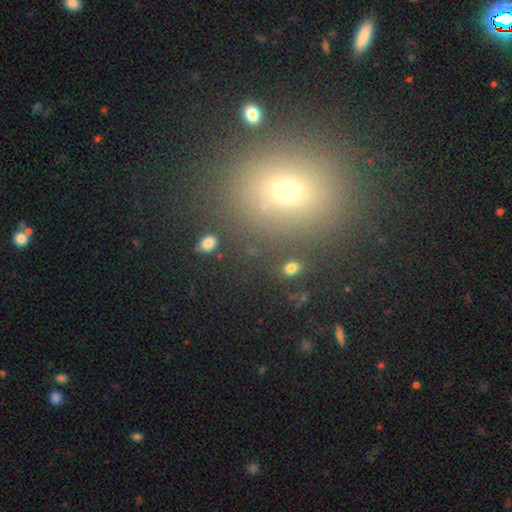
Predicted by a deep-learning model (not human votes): Morphology: type=smooth (60%); roundness=round (65%); merging=none (86%).